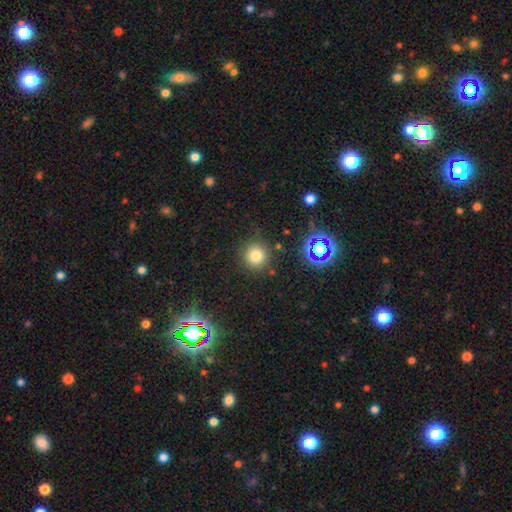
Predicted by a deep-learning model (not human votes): A smooth galaxy with no disk features (76%) that is round (94%). Merging: none (87%).